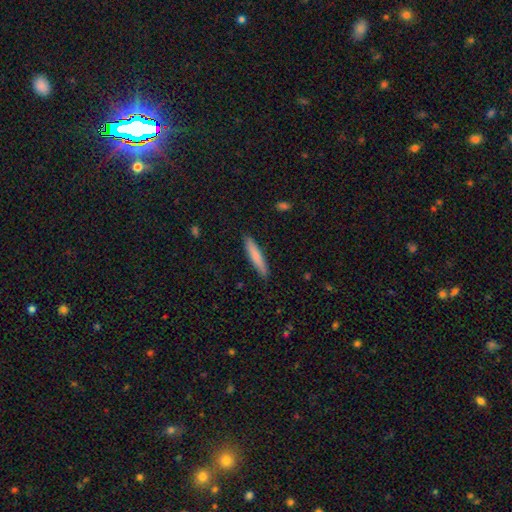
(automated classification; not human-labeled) smooth-or-featured: smooth: 76% | featured or disk: 18% | star or artifact: 6%
  how-rounded: cigar-shaped: 91% | in between: 8% | round: 1%
  merging: none: 90% | minor disturbance: 7% | major disturbance: 2% | merger: 1%